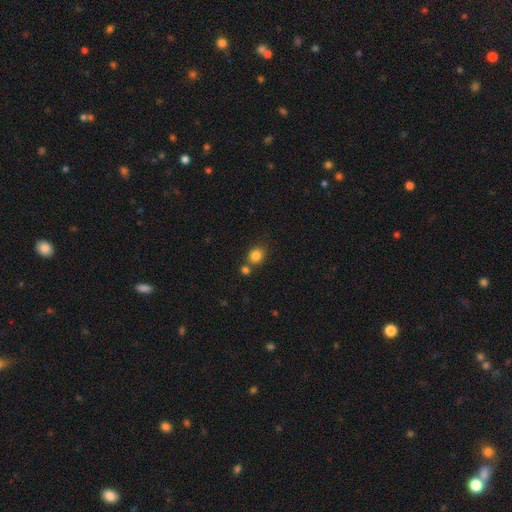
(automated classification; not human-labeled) Smooth or featured? Predicted: smooth (p=0.83). How rounded? Predicted: round (p=0.66). Merging? Predicted: none (p=0.65).